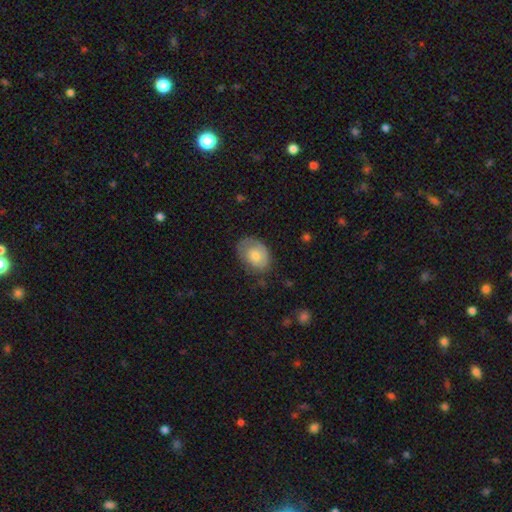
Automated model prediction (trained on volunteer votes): smooth 61%, featured or disk 32%, star or artifact 7%. Down the decision tree: how rounded — in between (75%); merging — none (62%).